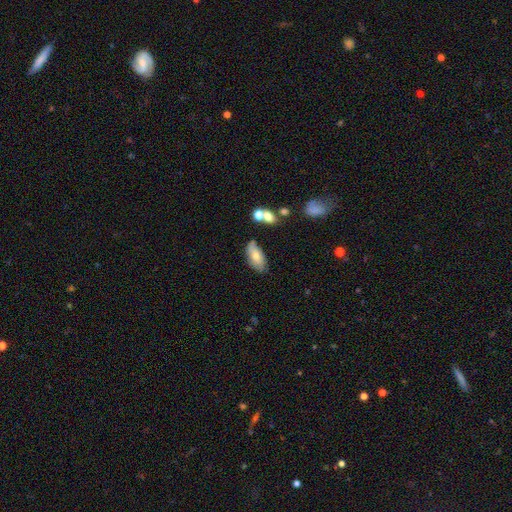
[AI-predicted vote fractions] Smooth or featured: smooth — 72% (featured or disk — 20%)
How rounded: in between — 90% (cigar-shaped — 7%)
Merging: none — 66% (minor disturbance — 22%)